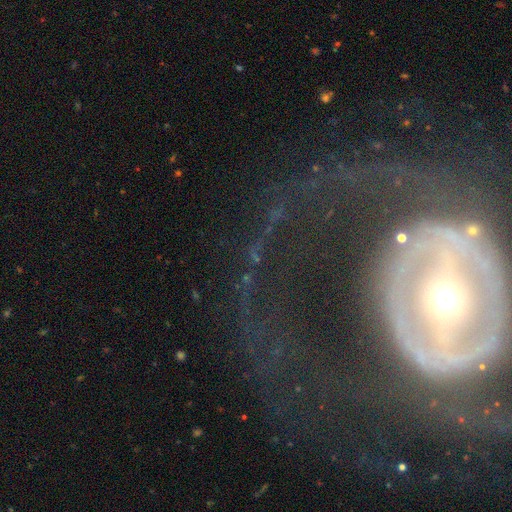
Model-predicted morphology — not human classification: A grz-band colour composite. It shows a featured or disk galaxy (82%) with a strong bar (39%), 2 (50%) tight (40%) spiral arms (74%) and a small central bulge (56%). Merging: none (46%).